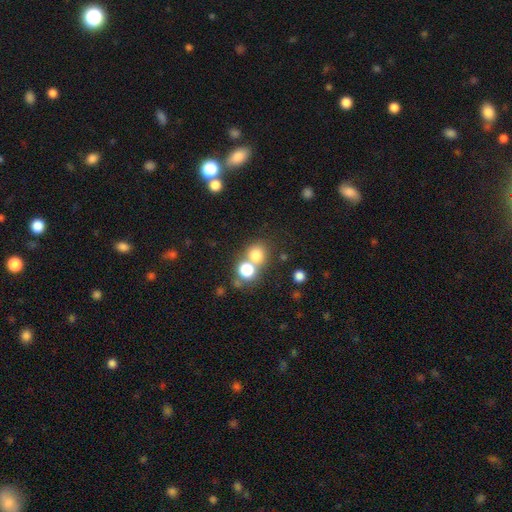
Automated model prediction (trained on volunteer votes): The model was most divided on "merging": none: 51%, merger: 39%, minor disturbance: 7%, major disturbance: 4%. More confident: how rounded — round (84%); smooth or featured — smooth (74%).